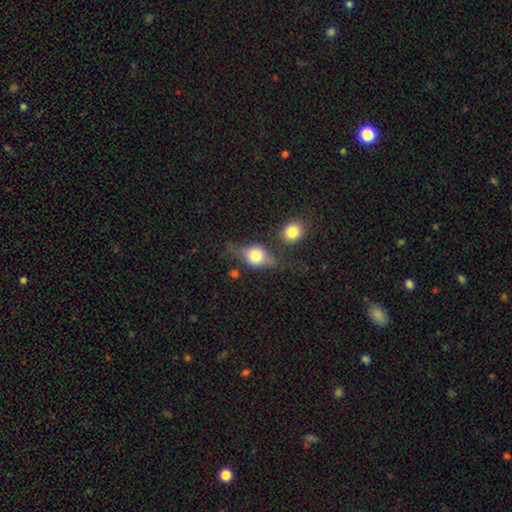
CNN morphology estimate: smooth-or-featured: smooth: 54% | featured or disk: 37% | star or artifact: 9%
  how-rounded: round: 47% (tied) | in between: 47% (tied) | cigar-shaped: 6%
  merging: none: 55% | minor disturbance: 21% | major disturbance: 12% | merger: 11%